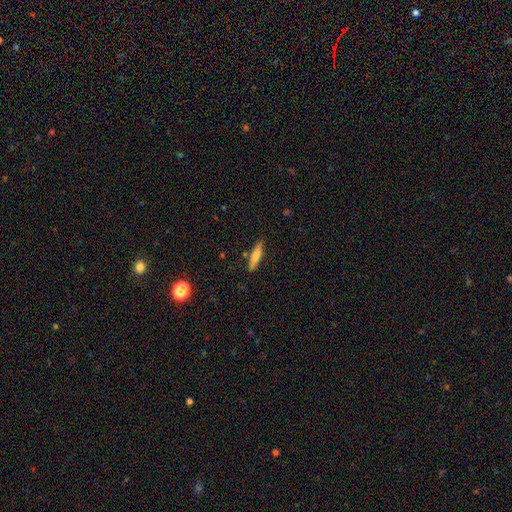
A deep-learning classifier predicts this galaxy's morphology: A smooth galaxy with no disk features (72%) that is cigar-shaped (83%). Merging: none (84%).